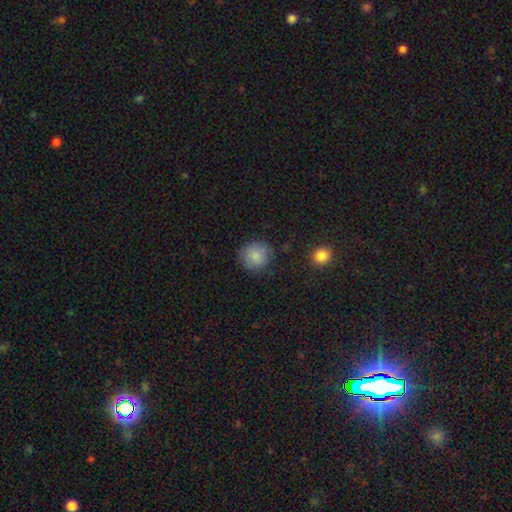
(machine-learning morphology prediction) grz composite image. It shows a smooth galaxy with no disk features (86%) that is round (90%). Merging: none (83%).